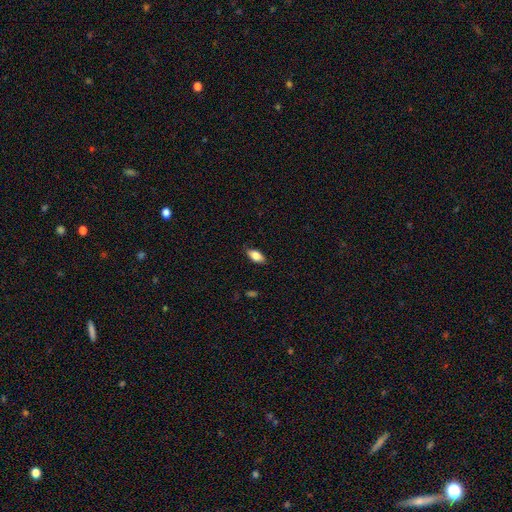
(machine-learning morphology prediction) smooth 82%, featured or disk 11%, star or artifact 7%. Down the decision tree: how rounded — in between (89%); merging — none (85%).